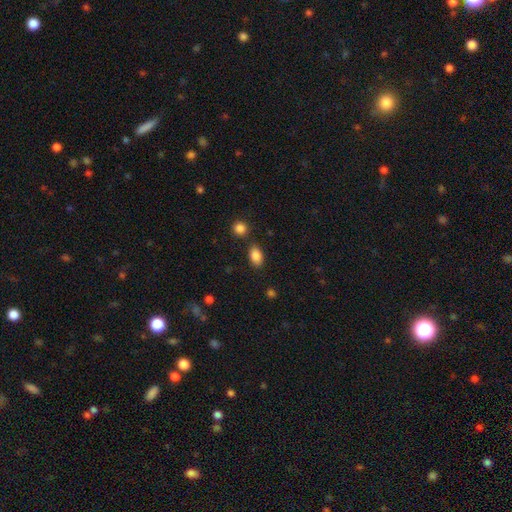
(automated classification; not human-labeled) Overall: smooth (86%). How rounded: in between (87%). Merging: none (81%).